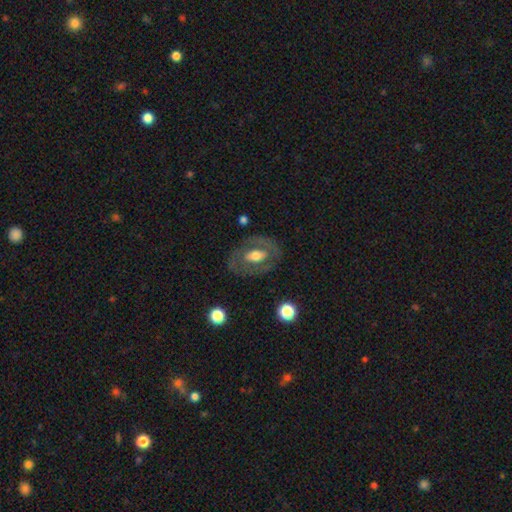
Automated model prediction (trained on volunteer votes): A featured or disk galaxy (57%) with no bar (57%), no spiral arms (71%) and a moderate central bulge (57%).

Vote fractions:
- Smooth or featured? featured or disk: 57% / smooth: 37% / star or artifact: 6%
- Edge-on disk? no: 92% / yes: 8%
- Bar? no: 57% / weak: 27% / strong: 17%
- Spiral arms? no: 71% / yes: 29%
- Bulge size? moderate: 57% / large: 28% / small: 11% / dominant: 2% / none: 2%
- Merging? none: 74% / minor disturbance: 15% / major disturbance: 9% / merger: 2%